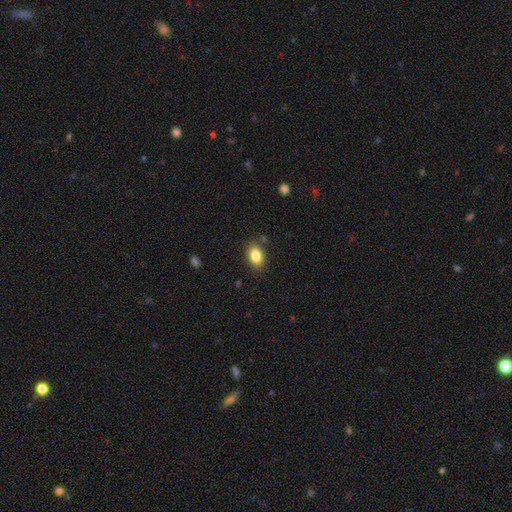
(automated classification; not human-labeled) smooth-or-featured: smooth: 84% | star or artifact: 9% | featured or disk: 7%
  how-rounded: in between: 84% | round: 15% | cigar-shaped: 2%
  merging: none: 82% | minor disturbance: 12% | merger: 3% | major disturbance: 3%